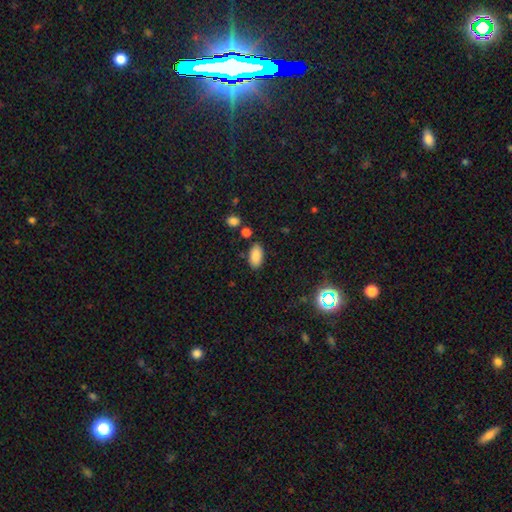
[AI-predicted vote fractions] Smooth or featured? Predicted: smooth (p=0.87). How rounded? Predicted: in between (p=0.93). Merging? Predicted: none (p=0.82).